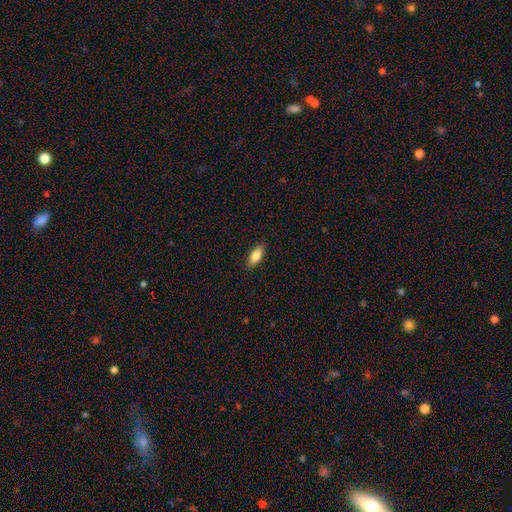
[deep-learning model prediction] Smooth or featured: smooth — 79% (featured or disk — 15%)
How rounded: in between — 82% (cigar-shaped — 15%)
Merging: none — 88% (minor disturbance — 9%)